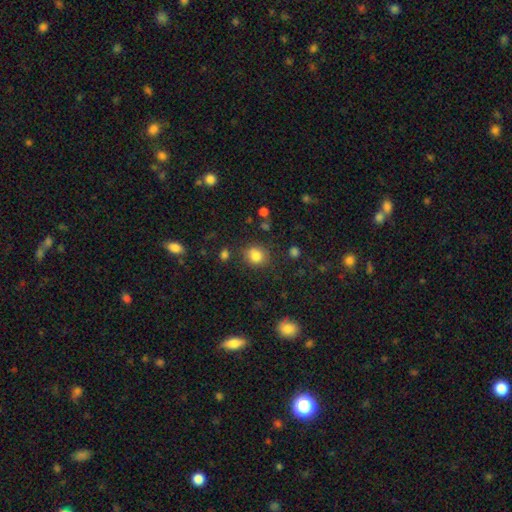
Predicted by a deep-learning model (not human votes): Morphology: type=smooth (83%); roundness=round (69%); merging=none (80%).